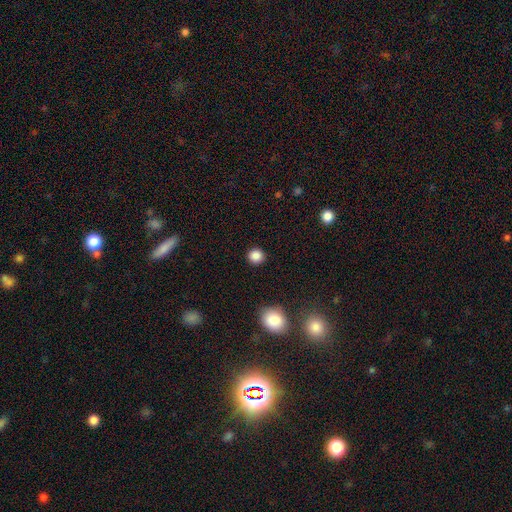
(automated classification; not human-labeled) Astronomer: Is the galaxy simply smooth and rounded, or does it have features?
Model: smooth — 86%.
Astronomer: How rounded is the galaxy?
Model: round — 91%.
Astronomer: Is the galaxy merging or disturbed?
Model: none — 91%.